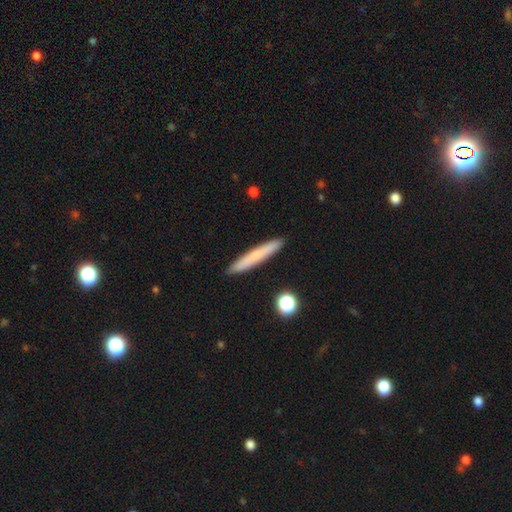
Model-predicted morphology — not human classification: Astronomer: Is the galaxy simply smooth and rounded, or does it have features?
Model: smooth — 67%.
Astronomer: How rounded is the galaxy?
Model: cigar-shaped — 95%.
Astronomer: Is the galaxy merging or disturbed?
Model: none — 91%.